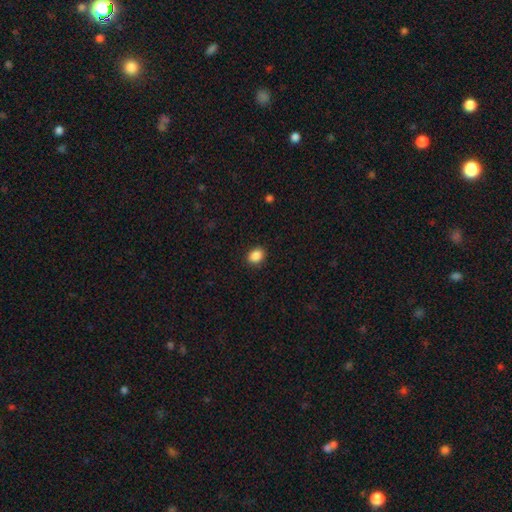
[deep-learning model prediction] Overall: smooth (88%). How rounded: in between (56%; round 44%). Merging: none (89%).